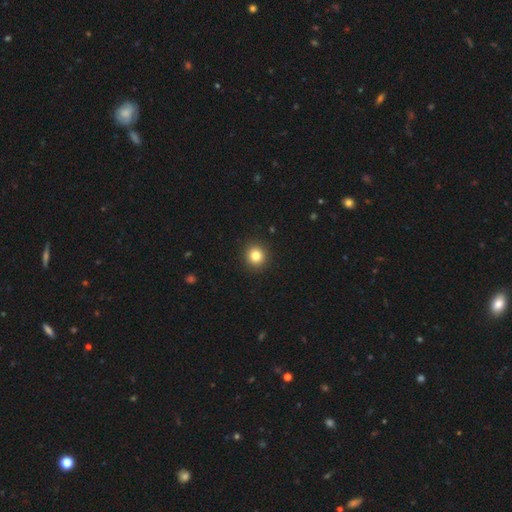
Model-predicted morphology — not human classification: Smooth or featured? smooth (82%)
How rounded? round (91%)
Merging? none (92%)